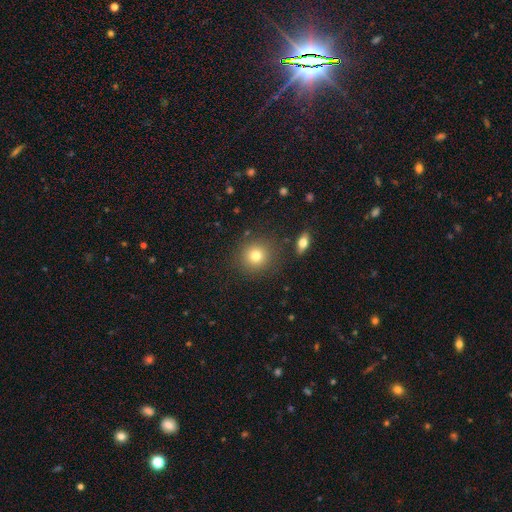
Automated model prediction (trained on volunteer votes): The model was most divided on "smooth or featured": smooth: 78%, star or artifact: 12%, featured or disk: 10%. More confident: how rounded — round (92%); merging — none (87%).